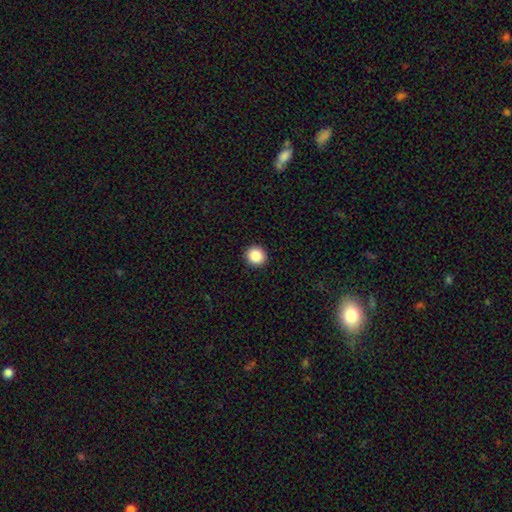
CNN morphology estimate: Smooth or featured?
  - smooth: 88% *
  - star or artifact: 9%
  - featured or disk: 3%
How rounded?
  - round: 91% *
  - in between: 8%
  - cigar-shaped: 1%
Merging?
  - none: 93% *
  - minor disturbance: 4%
  - major disturbance: 2%
  - merger: 1%